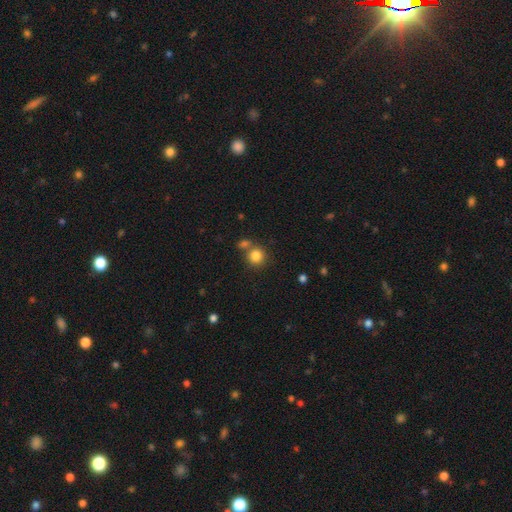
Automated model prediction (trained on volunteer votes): Smooth or featured? smooth (83%)
How rounded? round (89%)
Merging? none (64%)